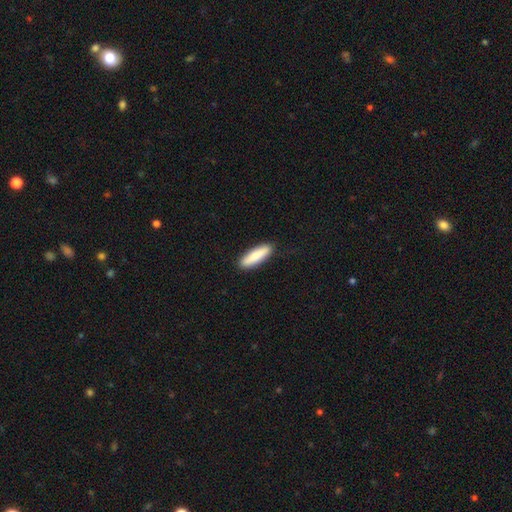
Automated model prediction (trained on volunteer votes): A smooth galaxy with no disk features (81%) that is cigar-shaped (66%).

Vote fractions:
- Smooth or featured? smooth: 81% / featured or disk: 14% / star or artifact: 5%
- How rounded? cigar-shaped: 66% / in between: 32% / round: 2%
- Merging? none: 89% / minor disturbance: 8% / major disturbance: 2% / merger: 1%